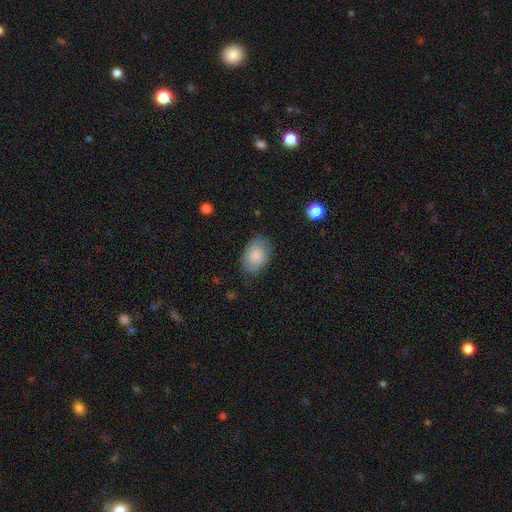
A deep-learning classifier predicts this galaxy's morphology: smooth_or_featured: smooth (p=0.77) [alt: featured or disk p=0.16]
how_rounded: in between (p=0.84) [alt: round p=0.15]
merging: none (p=0.70) [alt: minor disturbance p=0.23]